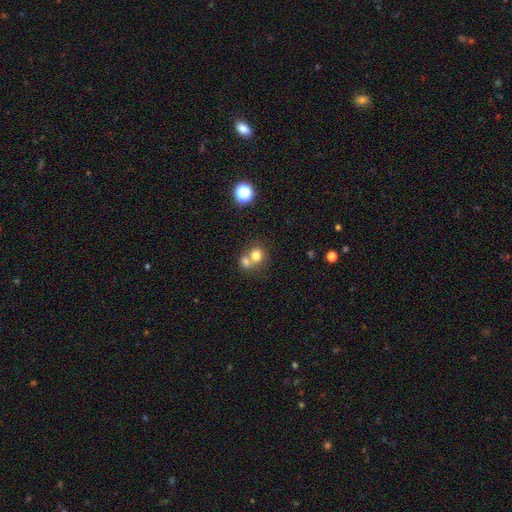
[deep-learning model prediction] smooth_or_featured: smooth (p=0.75) [alt: featured or disk p=0.13]
how_rounded: round (p=0.75) [alt: in between p=0.24]
merging: merger (p=0.55) [alt: none p=0.36]